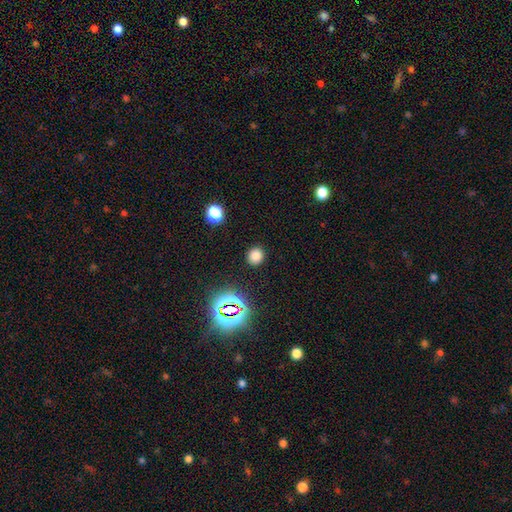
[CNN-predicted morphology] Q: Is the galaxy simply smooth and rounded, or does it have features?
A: smooth — 77%.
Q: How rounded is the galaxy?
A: round — 85%.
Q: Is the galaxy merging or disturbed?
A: none — 90%.